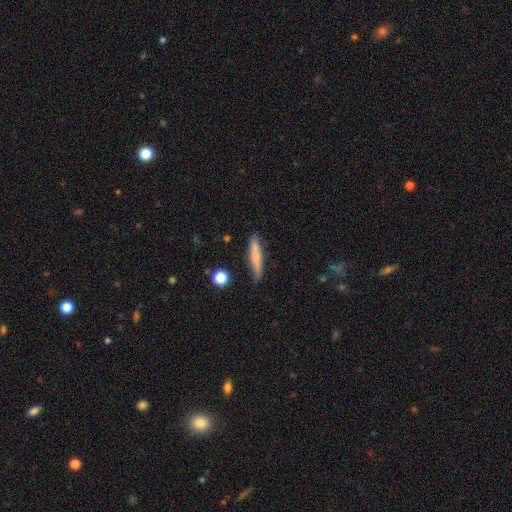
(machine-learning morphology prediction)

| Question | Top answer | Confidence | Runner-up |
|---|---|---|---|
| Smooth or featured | smooth | 66% | featured or disk (27%) |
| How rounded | cigar-shaped | 91% | in between (7%) |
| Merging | none | 79% | minor disturbance (15%) |